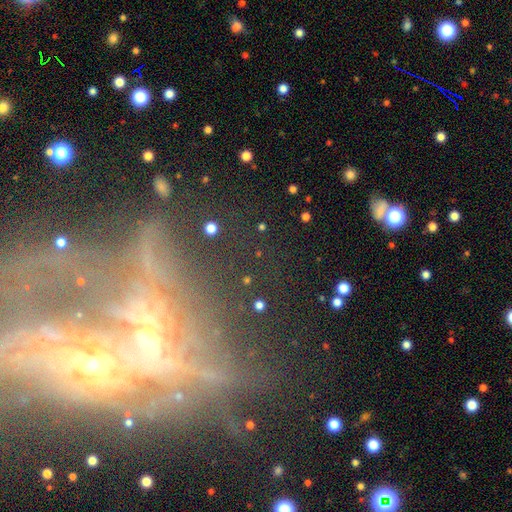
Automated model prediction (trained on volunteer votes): The model was most divided on "smooth or featured": featured or disk: 50%, star or artifact: 35%, smooth: 15%. Remaining: edge-on disk — no (76%); merging — merger (48%).